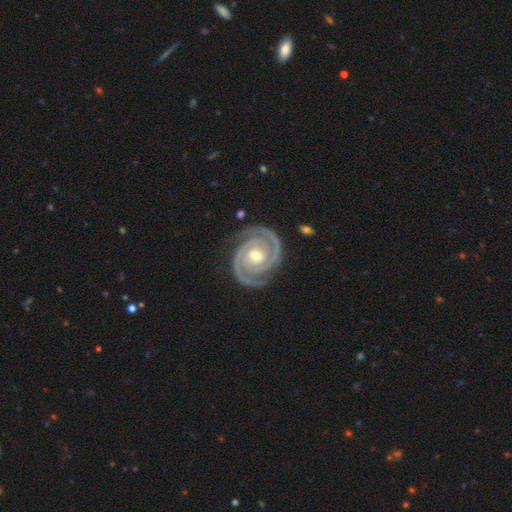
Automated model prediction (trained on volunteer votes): Smooth or featured? featured or disk (95%)
Edge-on disk? no (98%)
Bar? no (65%)
Spiral arms? yes (99%)
Spiral winding? tight (80%)
Spiral arm count? 2 (93%)
Bulge size? moderate (66%)
Merging? none (86%)